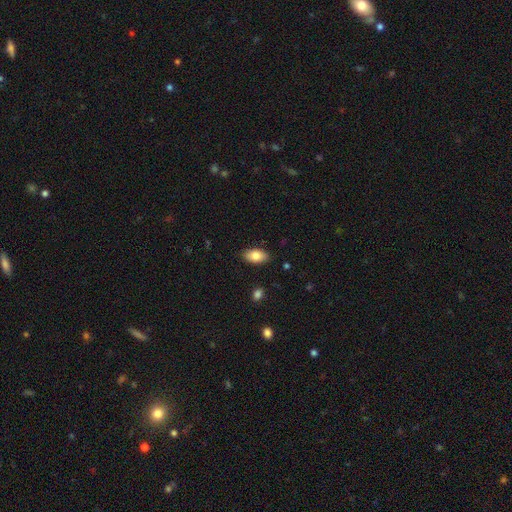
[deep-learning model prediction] smooth 82%, featured or disk 11%, star or artifact 7%. Down the decision tree: how rounded — in between (93%); merging — none (87%).